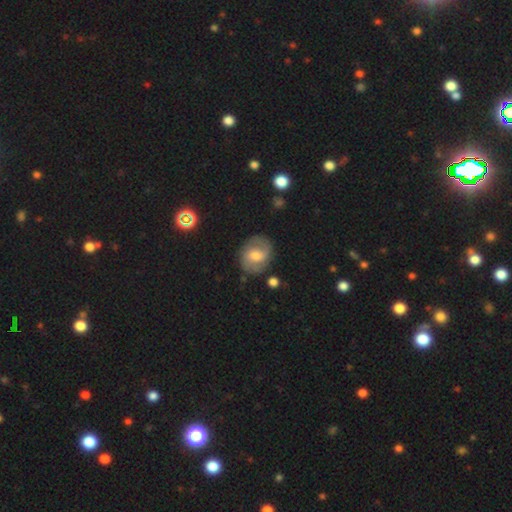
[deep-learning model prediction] Smooth or featured? Predicted: featured or disk (p=0.61). Edge-on disk? Predicted: no (p=0.97). Bar? Predicted: weak (p=0.55). Spiral arms? Predicted: yes (p=0.84). Bulge size? Predicted: moderate (p=0.59). Merging? Predicted: none (p=0.79).